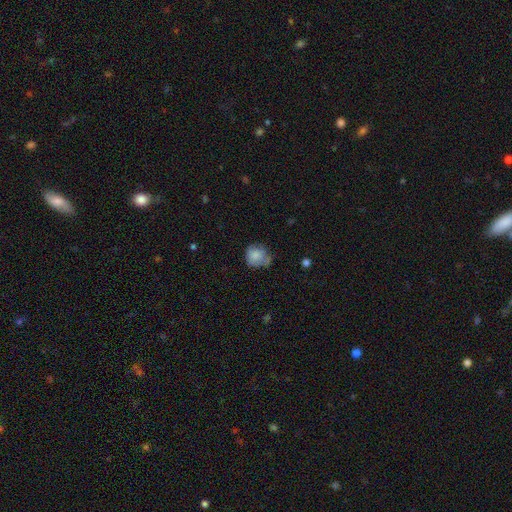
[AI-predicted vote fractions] Q: Smooth or featured?
A: smooth (77%); runner-up: featured or disk (15%)
Q: How rounded?
A: round (79%); runner-up: in between (20%)
Q: Merging?
A: none (50%); runner-up: minor disturbance (32%)